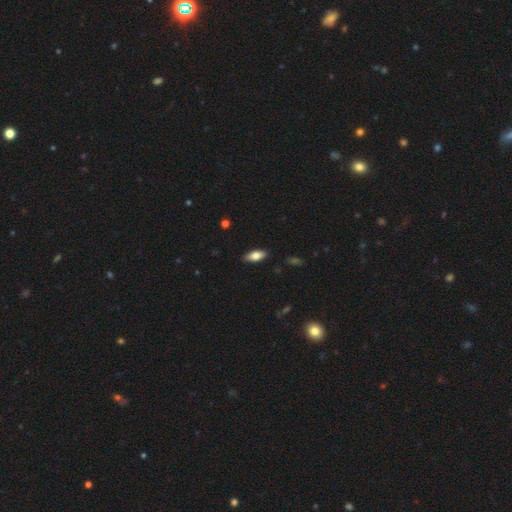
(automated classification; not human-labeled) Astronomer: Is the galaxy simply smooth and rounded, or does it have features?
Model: smooth — 76%.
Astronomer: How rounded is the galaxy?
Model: in between — 83%.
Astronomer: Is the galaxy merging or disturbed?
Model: none — 88%.